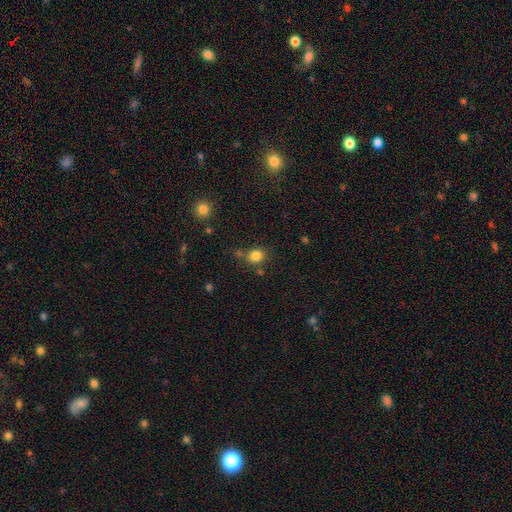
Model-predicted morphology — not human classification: smooth-or-featured: smooth: 82% | star or artifact: 12% | featured or disk: 5%
  how-rounded: round: 84% | in between: 15% | cigar-shaped: 1%
  merging: none: 72% | minor disturbance: 12% | merger: 12% | major disturbance: 4%